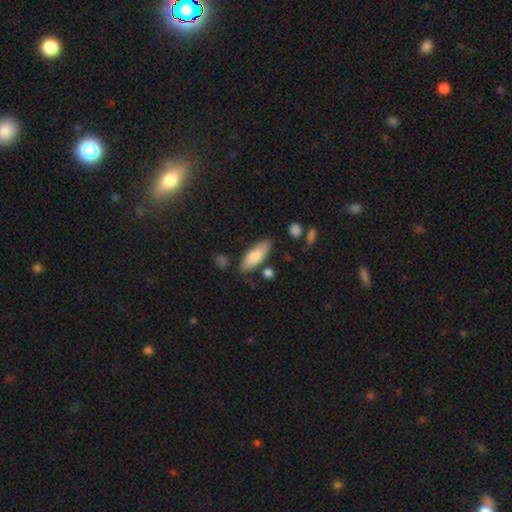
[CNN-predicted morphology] Smooth or featured? smooth (79%)
How rounded? in between (68%)
Merging? none (79%)